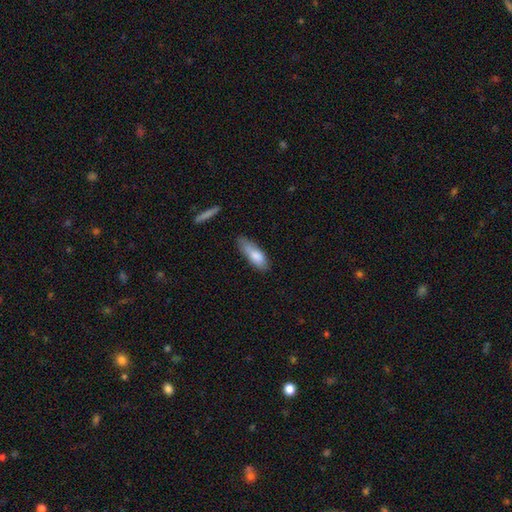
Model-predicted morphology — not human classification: A smooth galaxy with no disk features (81%) that is in between round and cigar-shaped (60%). Merging: none (51%).